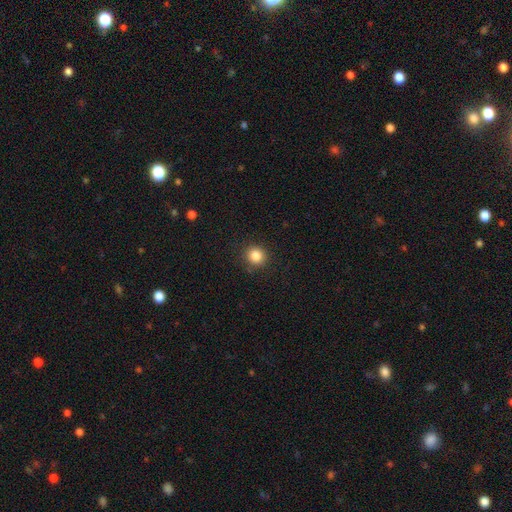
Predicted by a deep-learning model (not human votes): smooth_or_featured: smooth (p=0.85) [alt: star or artifact p=0.11]
how_rounded: round (p=0.91) [alt: in between p=0.08]
merging: none (p=0.89) [alt: minor disturbance p=0.07]